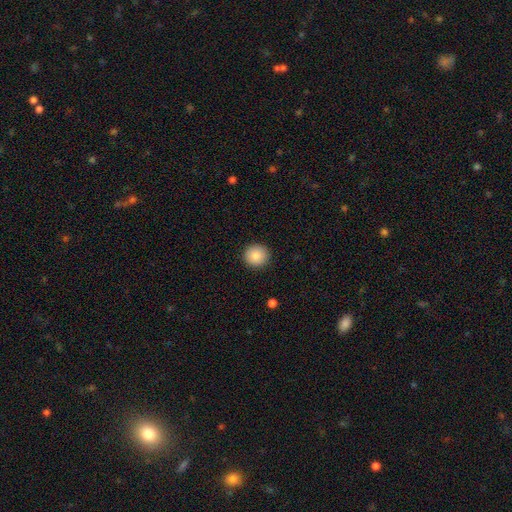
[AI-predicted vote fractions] This is clearly a smooth galaxy (87%). How rounded: clearly round (91%). Merging: clearly none (92%).